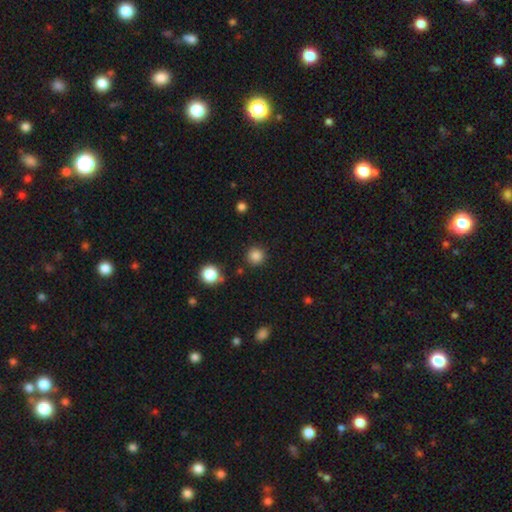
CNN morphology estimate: Smooth or featured?
  - smooth: 85% *
  - star or artifact: 12%
  - featured or disk: 4%
How rounded?
  - round: 95% *
  - in between: 4%
  - cigar-shaped: 1%
Merging?
  - none: 89% *
  - minor disturbance: 6%
  - merger: 3%
  - major disturbance: 2%